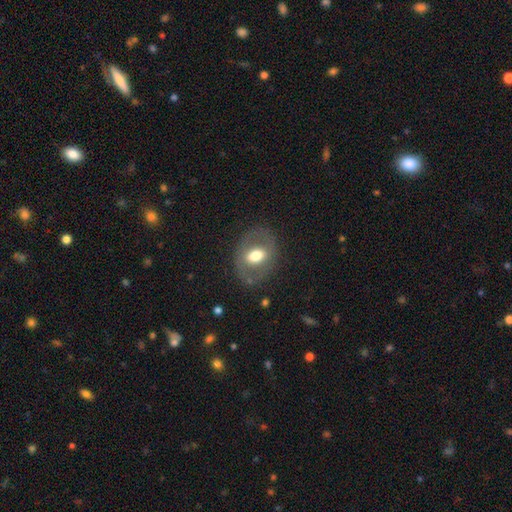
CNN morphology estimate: This appears to be a smooth galaxy with no disk features (55%) that is in between round and cigar-shaped (63%). Merging: none (75%).